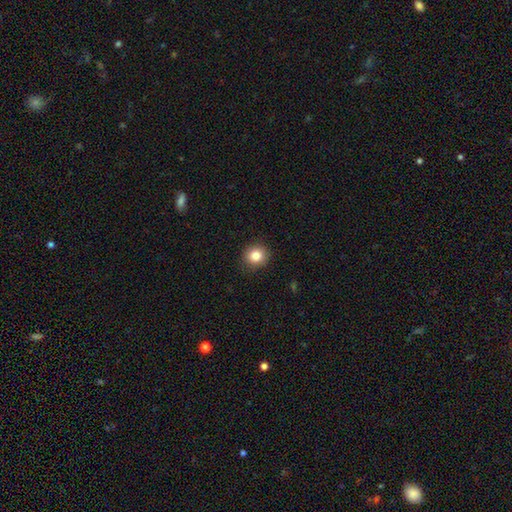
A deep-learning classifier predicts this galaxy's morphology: This is clearly a smooth galaxy (84%). How rounded: clearly round (86%). Merging: clearly none (89%).